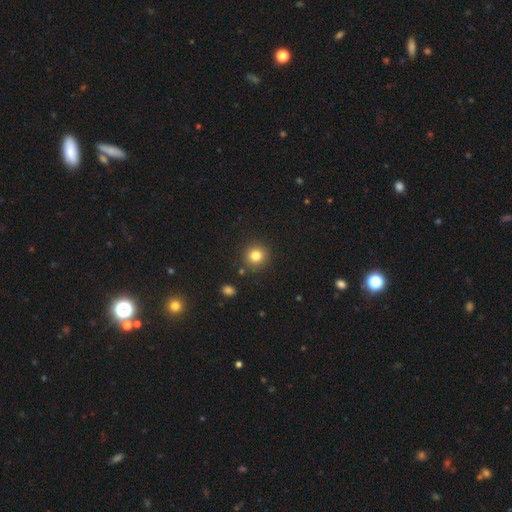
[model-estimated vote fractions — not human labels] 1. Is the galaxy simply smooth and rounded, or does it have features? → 82% smooth, 12% star or artifact, 6% featured or disk.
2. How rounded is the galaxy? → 91% round, 8% in between, 1% cigar-shaped.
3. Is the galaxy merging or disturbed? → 88% none, 7% minor disturbance, 3% merger, 2% major disturbance.